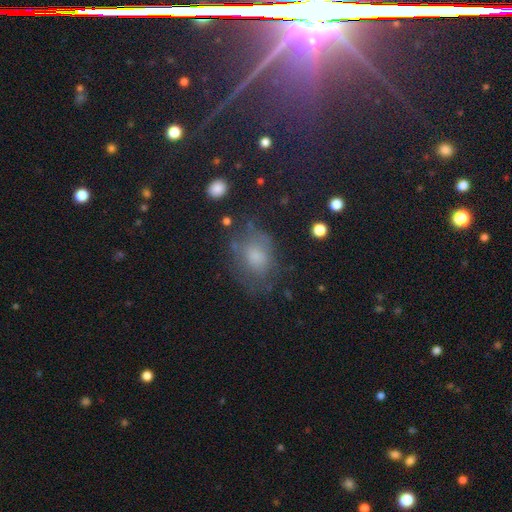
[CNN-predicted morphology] A smooth galaxy with no disk features (61%) that is in between round and cigar-shaped (65%).

Vote fractions:
- Smooth or featured? smooth: 61% / featured or disk: 24% / star or artifact: 14%
- How rounded? in between: 65% / round: 34% / cigar-shaped: 1%
- Merging? none: 53% / minor disturbance: 25% / major disturbance: 18% / merger: 3%